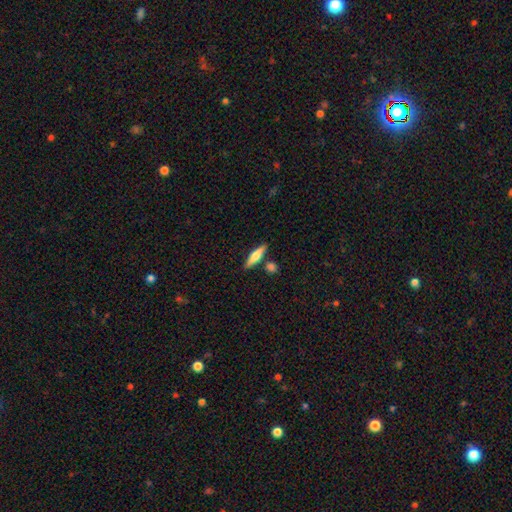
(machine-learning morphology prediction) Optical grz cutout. It shows a smooth galaxy with no disk features (56%) that is cigar-shaped (75%). Merging: none (79%).